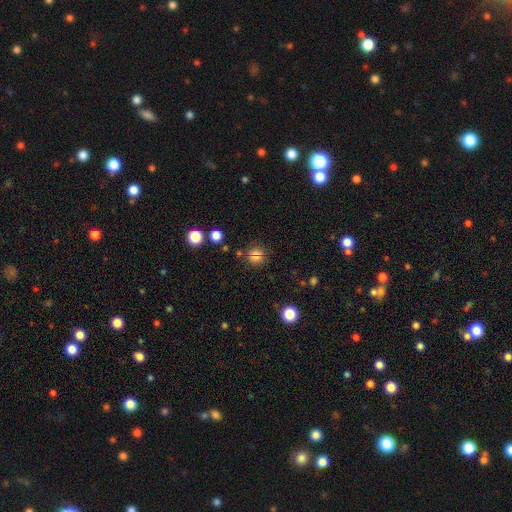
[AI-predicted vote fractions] Smooth or featured: smooth — 64% (star or artifact — 26%)
How rounded: round — 86% (in between — 12%)
Merging: none — 73% (merger — 13%)